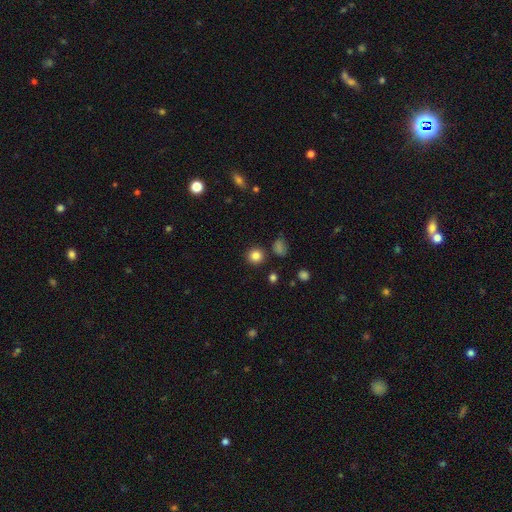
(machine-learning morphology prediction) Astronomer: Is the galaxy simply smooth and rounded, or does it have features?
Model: smooth — 83%.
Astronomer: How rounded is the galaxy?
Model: round — 92%.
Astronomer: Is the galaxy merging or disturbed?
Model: none — 87%.